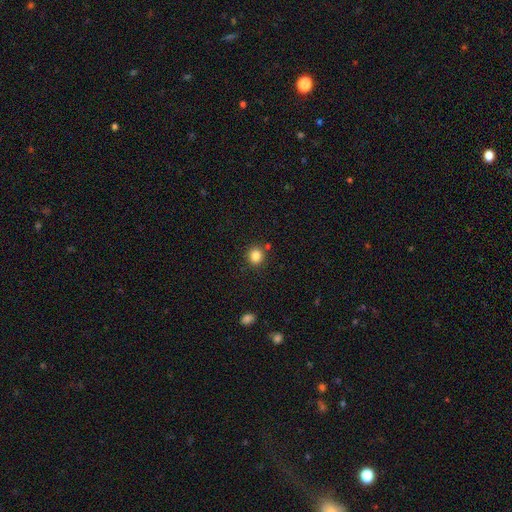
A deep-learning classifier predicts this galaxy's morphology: smooth-or-featured: smooth: 85% | star or artifact: 11% | featured or disk: 4%
  how-rounded: round: 83% | in between: 16% | cigar-shaped: 1%
  merging: none: 83% | minor disturbance: 9% | merger: 5% | major disturbance: 3%